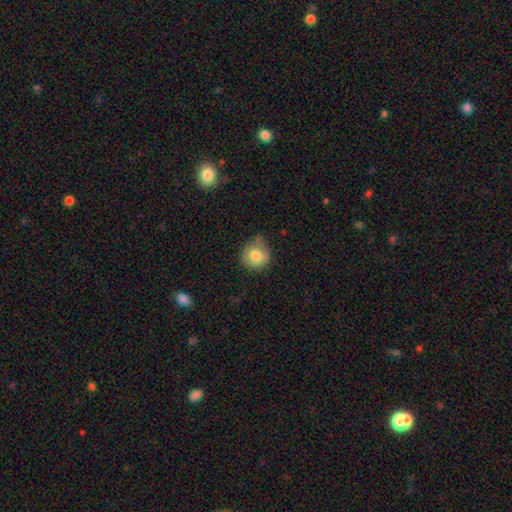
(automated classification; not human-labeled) Overall: smooth (81%). How rounded: round (89%). Merging: none (57%; minor disturbance 33%).